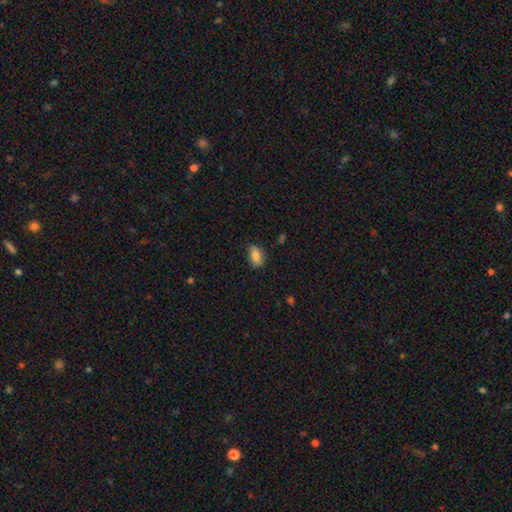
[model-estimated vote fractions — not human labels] This is clearly a smooth galaxy (85%). How rounded: clearly in between (89%). Merging: likely none (72%).